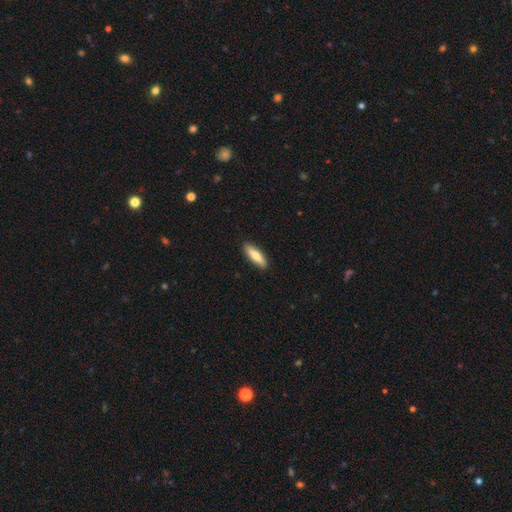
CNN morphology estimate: Overall: smooth (71%). How rounded: cigar-shaped (69%; in between 30%). Merging: none (89%).